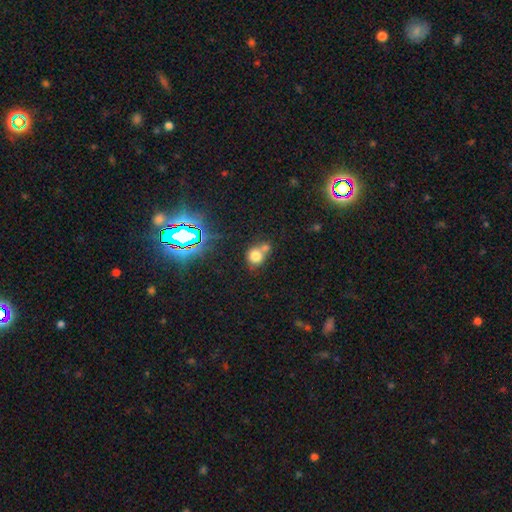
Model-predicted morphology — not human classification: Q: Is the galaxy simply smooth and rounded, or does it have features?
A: smooth — 72%.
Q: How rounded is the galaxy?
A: round — 76%.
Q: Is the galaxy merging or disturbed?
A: merger — 46%.